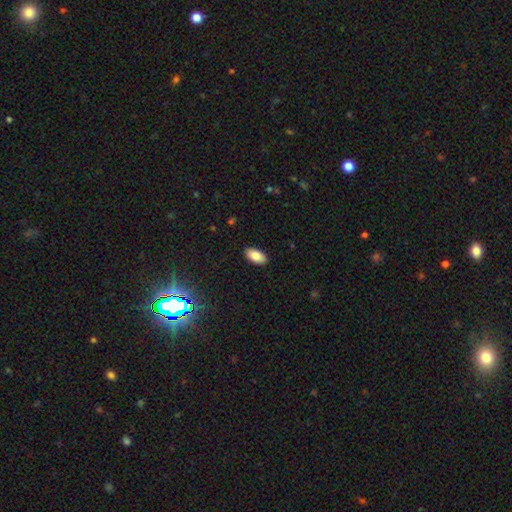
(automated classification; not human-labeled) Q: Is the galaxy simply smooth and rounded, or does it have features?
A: smooth — 84%.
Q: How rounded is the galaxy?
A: in between — 94%.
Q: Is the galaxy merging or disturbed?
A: none — 90%.